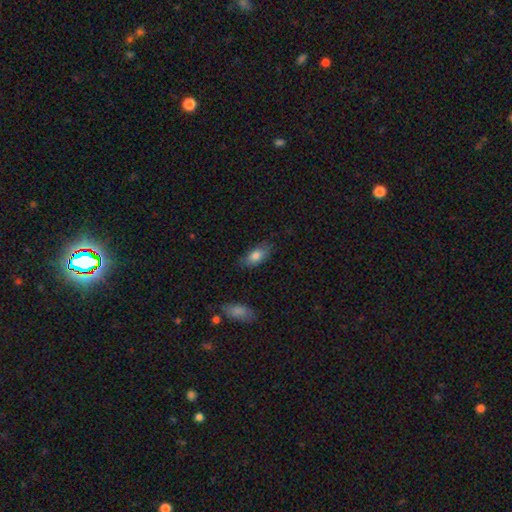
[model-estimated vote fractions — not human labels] A smooth galaxy with no disk features (80%) that is in between round and cigar-shaped (88%). Merging: none (76%).